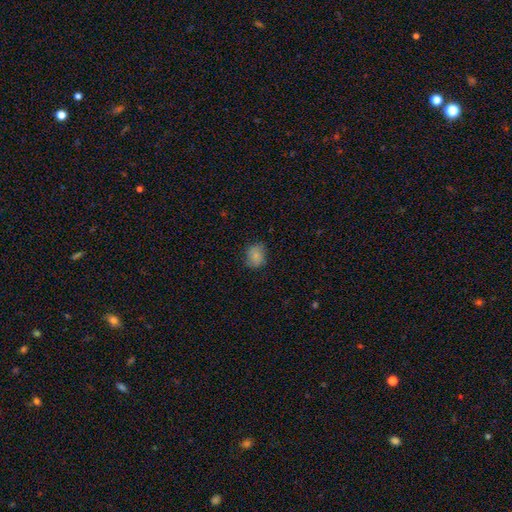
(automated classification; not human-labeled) This appears to be a smooth galaxy with no disk features (82%) that is round (52%). Merging: none (75%).